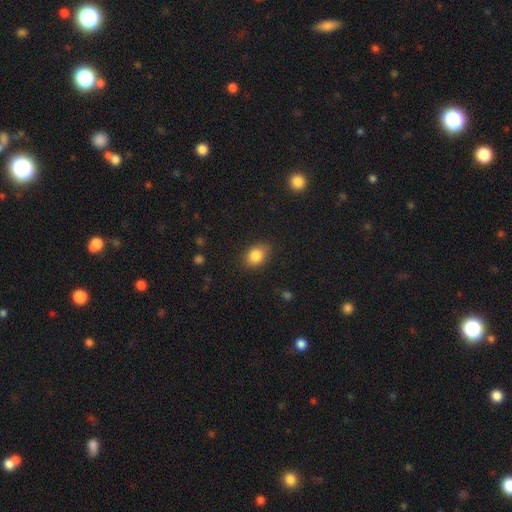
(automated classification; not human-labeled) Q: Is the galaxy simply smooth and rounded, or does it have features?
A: smooth — 85%.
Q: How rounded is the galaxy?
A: in between — 69%.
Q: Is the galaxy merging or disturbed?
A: none — 81%.